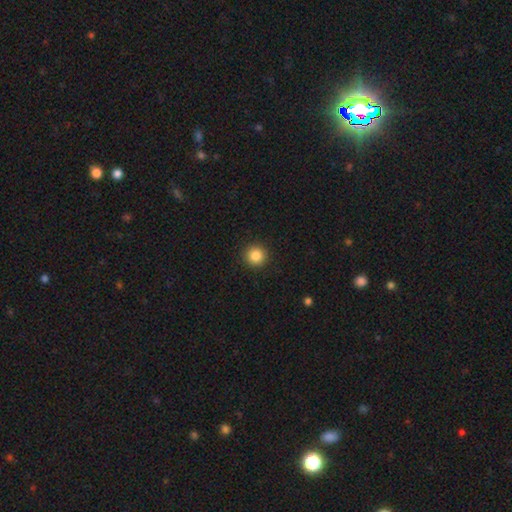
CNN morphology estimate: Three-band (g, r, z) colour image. It shows a smooth galaxy with no disk features (86%) that is round (95%). Merging: none (93%).